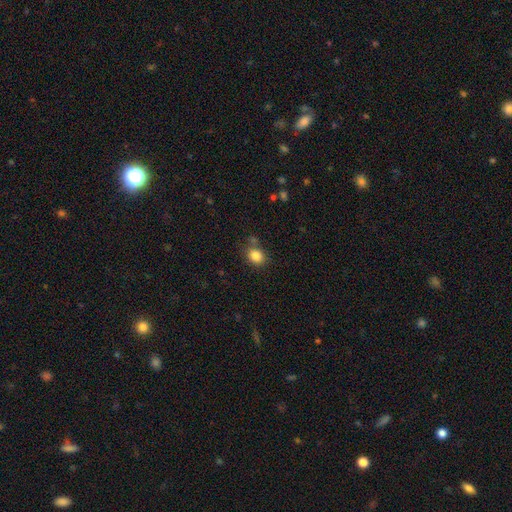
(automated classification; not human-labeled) Overall: smooth (84%). How rounded: round (58%; in between 42%). Merging: none (74%).